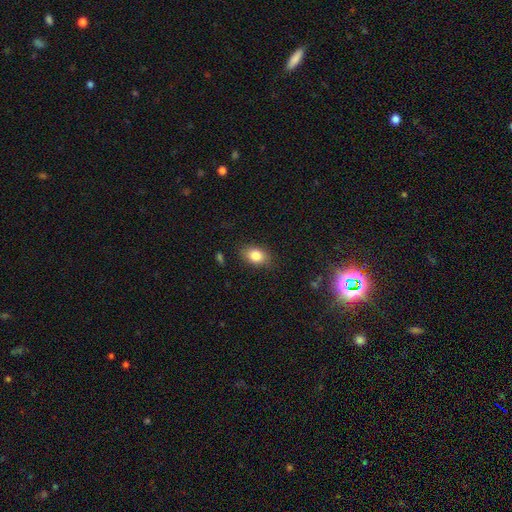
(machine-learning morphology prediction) Overall: smooth (83%). How rounded: in between (80%). Merging: none (84%).